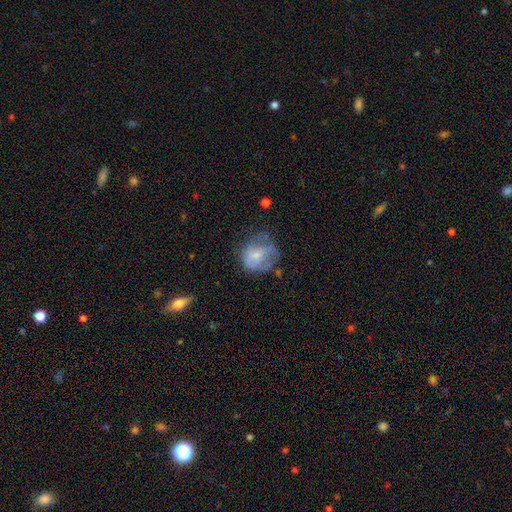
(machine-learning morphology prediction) A smooth galaxy with no disk features (53%) that is round (67%).

Vote fractions:
- Smooth or featured? smooth: 53% / featured or disk: 37% / star or artifact: 10%
- How rounded? round: 67% / in between: 32% / cigar-shaped: 1%
- Merging? none: 41% / minor disturbance: 28% / major disturbance: 28% / merger: 3%